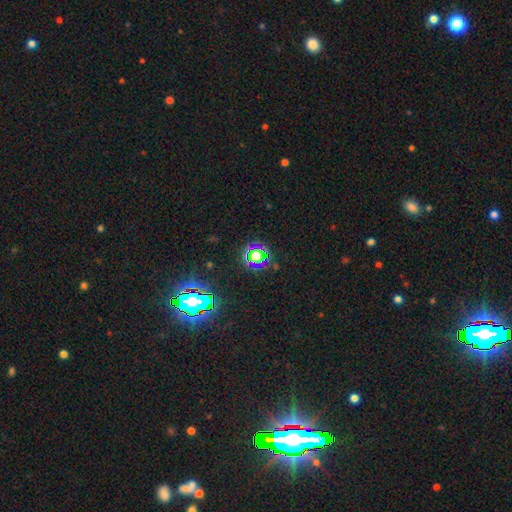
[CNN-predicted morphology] A star or artifact, not a galaxy (57%).